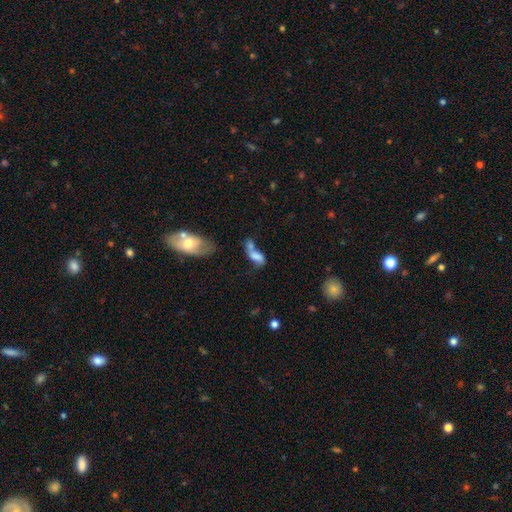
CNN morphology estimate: Smooth or featured?
  - smooth: 63% *
  - featured or disk: 26%
  - star or artifact: 11%
How rounded?
  - in between: 80% *
  - cigar-shaped: 13%
  - round: 7%
Merging?
  - merger: 52% *
  - none: 19%
  - major disturbance: 16%
  - minor disturbance: 13%